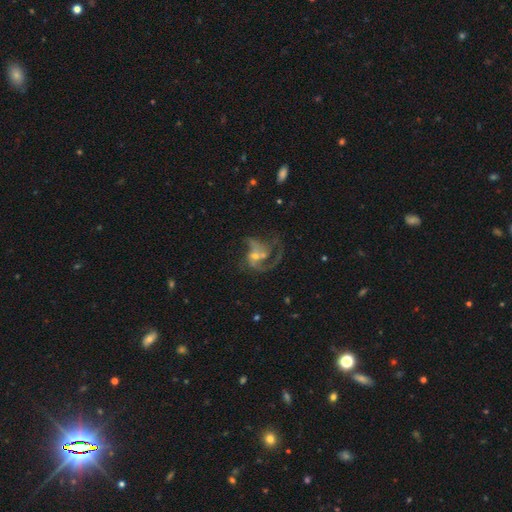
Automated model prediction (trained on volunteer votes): featured or disk 78%, smooth 13%, star or artifact 9%. Down the decision tree: edge-on disk — no (98%); bar — no (61%); spiral arms — yes (84%); spiral arm count — 2 (38%); spiral winding — loose (50%); bulge size — small (44%); merging — major disturbance (31%).